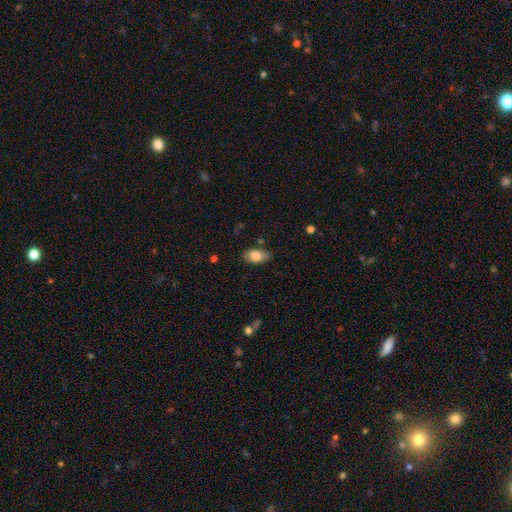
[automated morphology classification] Smooth or featured: smooth — 82% (featured or disk — 11%)
How rounded: in between — 91% (round — 6%)
Merging: none — 81% (minor disturbance — 14%)